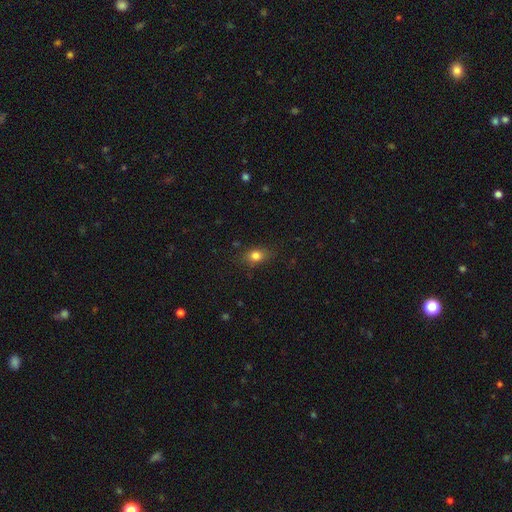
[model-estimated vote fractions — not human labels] Smooth or featured?
  - smooth: 79% *
  - star or artifact: 12%
  - featured or disk: 9%
How rounded?
  - in between: 62% *
  - round: 34%
  - cigar-shaped: 4%
Merging?
  - none: 78% *
  - minor disturbance: 16%
  - major disturbance: 4%
  - merger: 1%